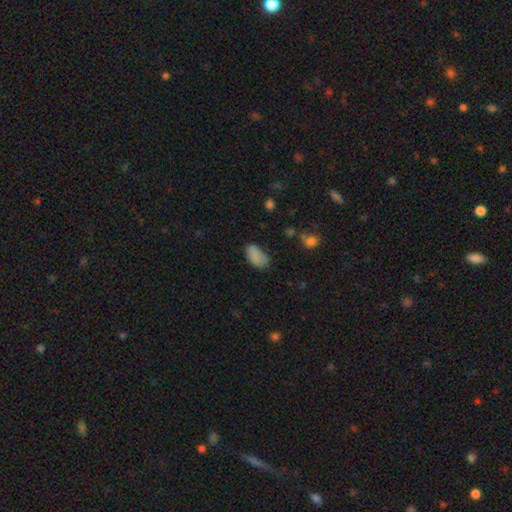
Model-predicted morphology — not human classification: A smooth galaxy with no disk features (84%) that is in between round and cigar-shaped (93%).

Vote fractions:
- Smooth or featured? smooth: 84% / star or artifact: 9% / featured or disk: 7%
- How rounded? in between: 93% / round: 5% / cigar-shaped: 2%
- Merging? none: 65% / minor disturbance: 25% / major disturbance: 7% / merger: 3%